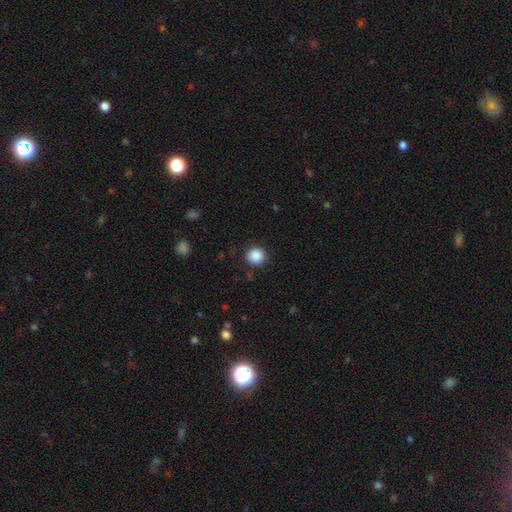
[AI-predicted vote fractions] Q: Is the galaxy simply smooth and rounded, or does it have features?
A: smooth — 88%.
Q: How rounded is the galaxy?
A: round — 94%.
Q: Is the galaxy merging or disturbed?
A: none — 90%.